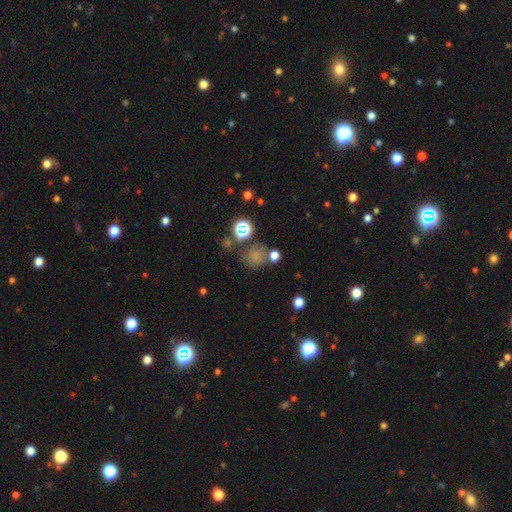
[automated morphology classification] A smooth galaxy with no disk features (62%) that is round (76%).

Vote fractions:
- Smooth or featured? smooth: 62% / star or artifact: 29% / featured or disk: 9%
- How rounded? round: 76% / in between: 22% / cigar-shaped: 1%
- Merging? none: 64% / minor disturbance: 15% / merger: 13% / major disturbance: 8%